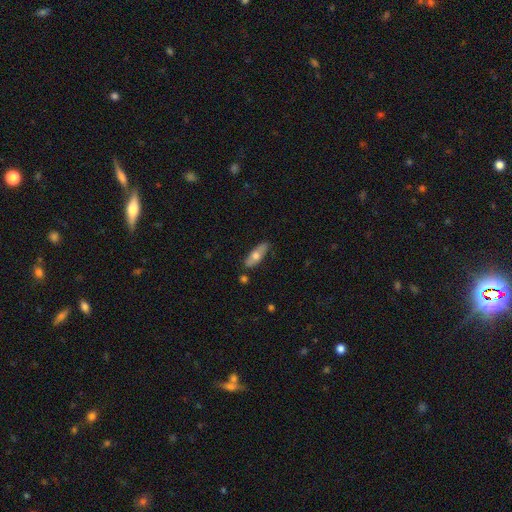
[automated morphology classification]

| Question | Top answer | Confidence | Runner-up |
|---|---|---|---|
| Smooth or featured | smooth | 59% | featured or disk (35%) |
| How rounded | in between | 57% | cigar-shaped (41%) |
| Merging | none | 82% | minor disturbance (13%) |